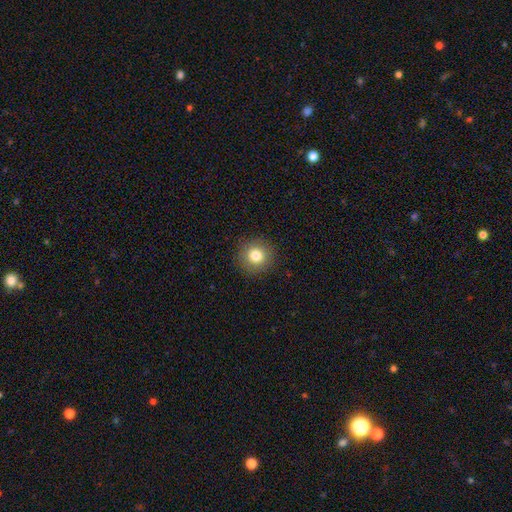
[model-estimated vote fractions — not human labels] Smooth or featured?
  - smooth: 81% *
  - star or artifact: 11%
  - featured or disk: 8%
How rounded?
  - round: 94% *
  - in between: 5%
  - cigar-shaped: 1%
Merging?
  - none: 90% *
  - minor disturbance: 6%
  - major disturbance: 2%
  - merger: 1%